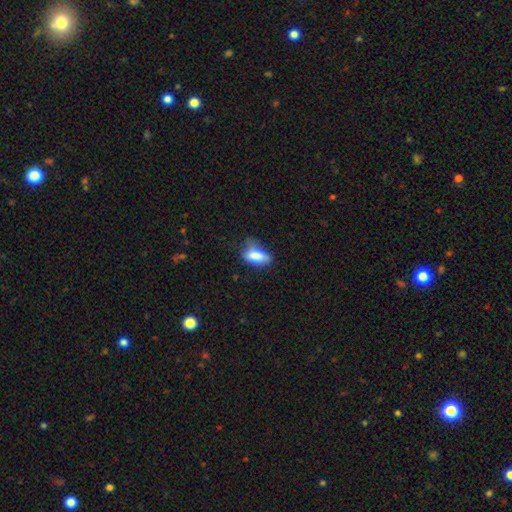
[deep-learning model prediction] Morphology: type=smooth (79%); roundness=in between (84%); merging=none (38%).